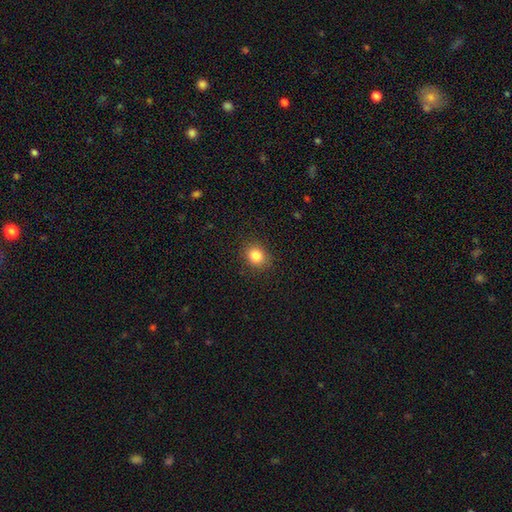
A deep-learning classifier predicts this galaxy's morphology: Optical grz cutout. It shows a smooth galaxy with no disk features (84%) that is round (68%). Merging: none (88%).